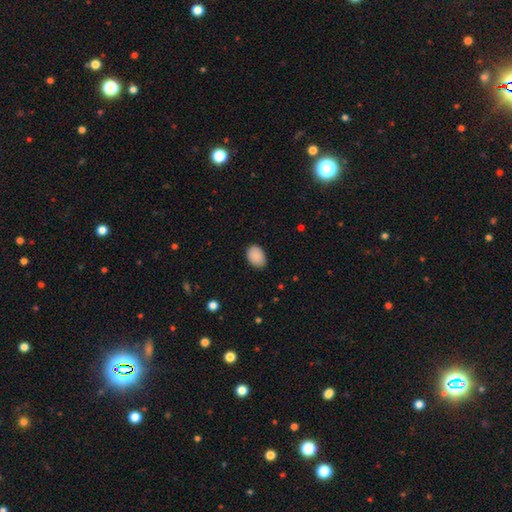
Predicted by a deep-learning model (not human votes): This appears to be a smooth galaxy with no disk features (90%) that is in between round and cigar-shaped (82%). Merging: none (86%).